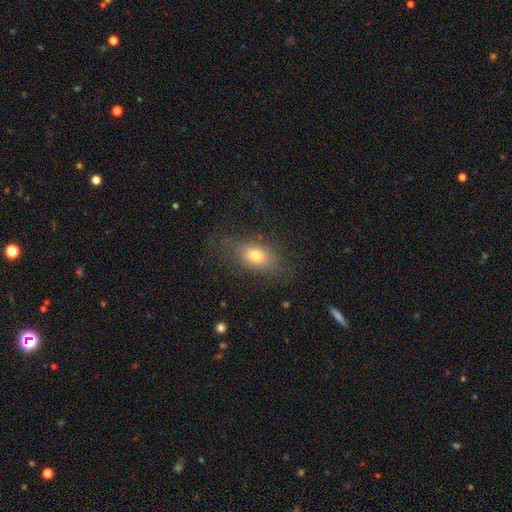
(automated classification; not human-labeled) Q: Smooth or featured?
A: smooth (73%); runner-up: featured or disk (16%)
Q: How rounded?
A: in between (78%); runner-up: round (17%)
Q: Merging?
A: none (70%); runner-up: minor disturbance (18%)